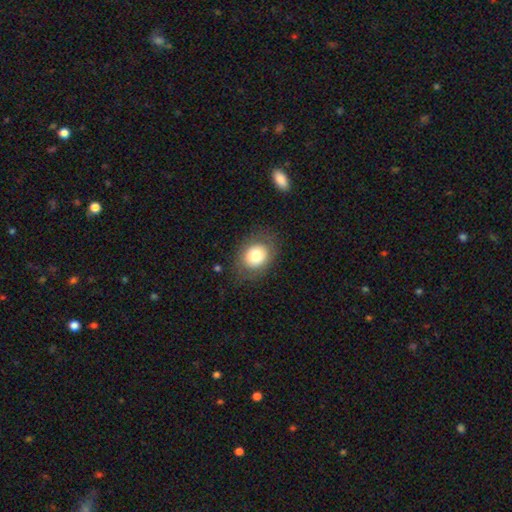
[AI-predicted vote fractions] A smooth galaxy with no disk features (77%) that is round (56%). Merging: none (80%).